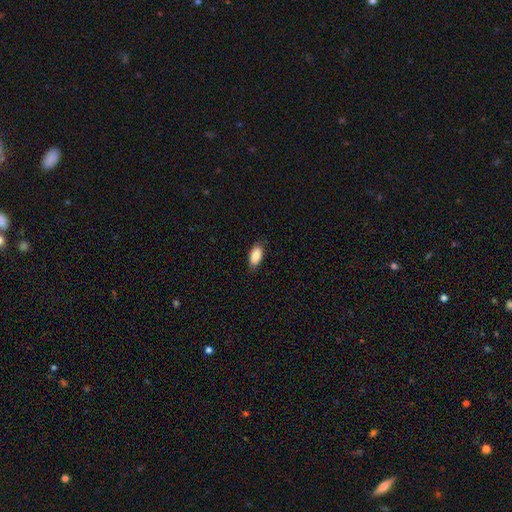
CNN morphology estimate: Smooth or featured: smooth — 88% (star or artifact — 6%)
How rounded: in between — 91% (cigar-shaped — 6%)
Merging: none — 84% (minor disturbance — 13%)